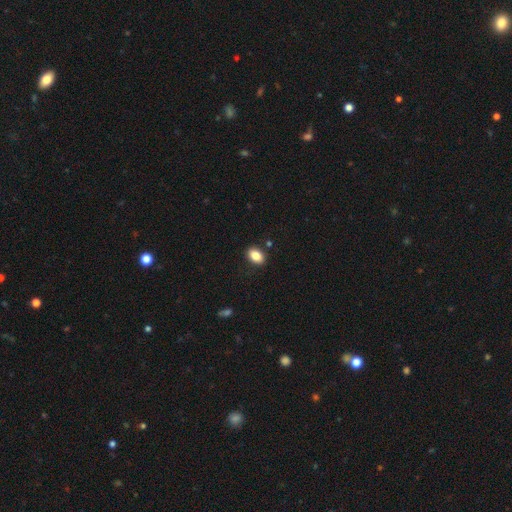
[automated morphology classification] smooth 85%, star or artifact 8%, featured or disk 6%. Down the decision tree: how rounded — in between (83%); merging — none (86%).